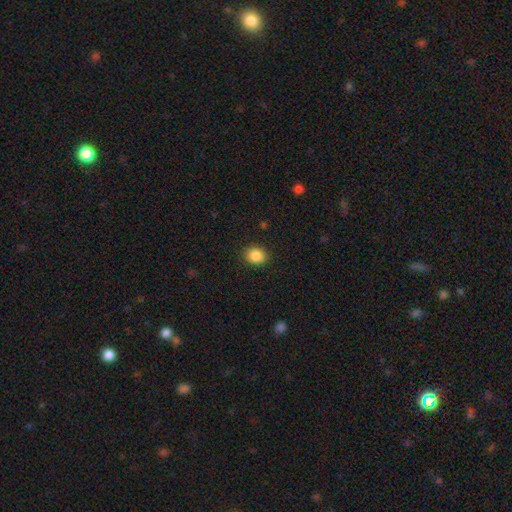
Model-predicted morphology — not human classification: Overall: smooth (86%). How rounded: round (59%; in between 40%). Merging: none (89%).